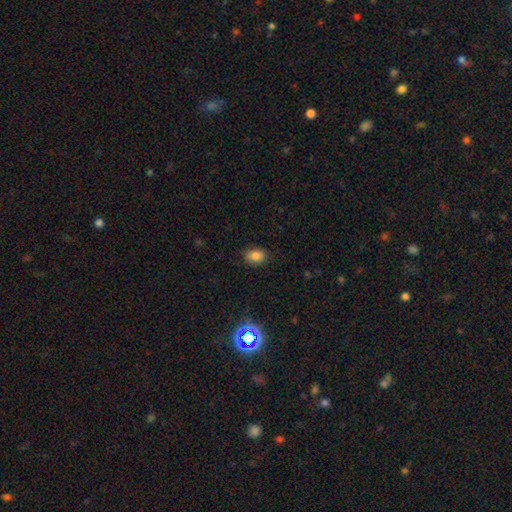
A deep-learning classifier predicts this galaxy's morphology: smooth-or-featured: smooth: 83% | star or artifact: 12% | featured or disk: 5%
  how-rounded: in between: 74% | round: 25% | cigar-shaped: 1%
  merging: none: 83% | minor disturbance: 13% | major disturbance: 3% | merger: 1%